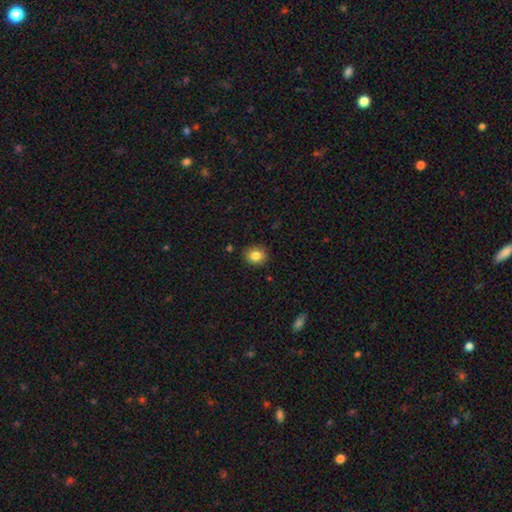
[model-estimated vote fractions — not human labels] A smooth galaxy with no disk features (84%) that is round (72%).

Vote fractions:
- Smooth or featured? smooth: 84% / star or artifact: 10% / featured or disk: 7%
- How rounded? round: 72% / in between: 27% / cigar-shaped: 1%
- Merging? none: 89% / minor disturbance: 8% / major disturbance: 2% / merger: 1%